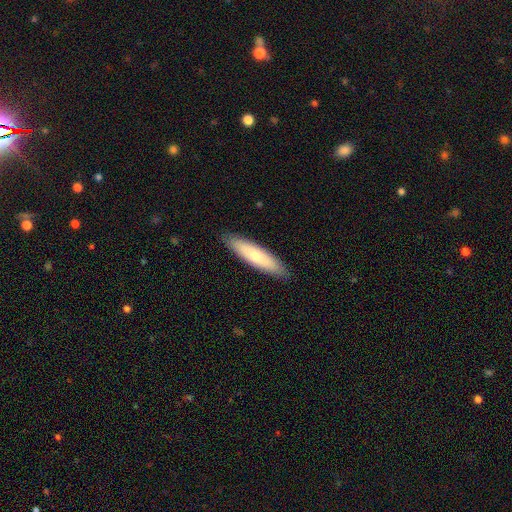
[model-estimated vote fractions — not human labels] A smooth galaxy with no disk features (67%) that is cigar-shaped (76%). Merging: none (89%).